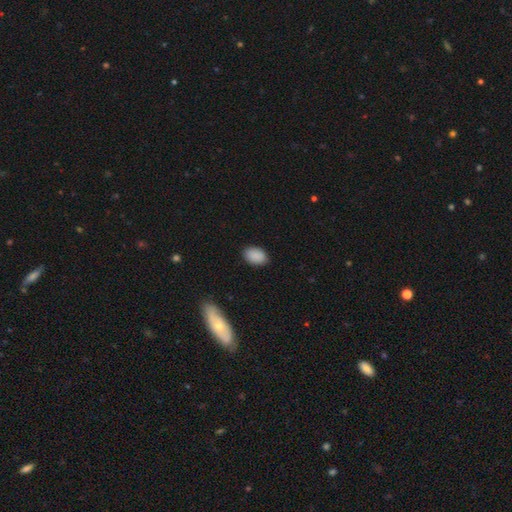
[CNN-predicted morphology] smooth-or-featured: smooth: 89% | star or artifact: 8% | featured or disk: 3%
  how-rounded: in between: 87% | round: 11% | cigar-shaped: 1%
  merging: none: 86% | minor disturbance: 10% | major disturbance: 2% | merger: 1%